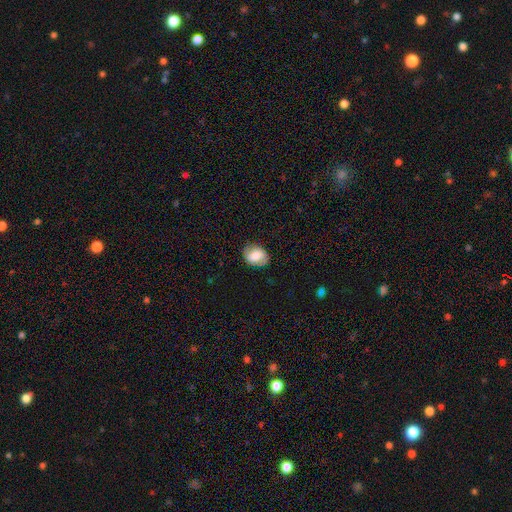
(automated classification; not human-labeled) A smooth galaxy with no disk features (56%) that is in between round and cigar-shaped (57%). Merging: none (80%).